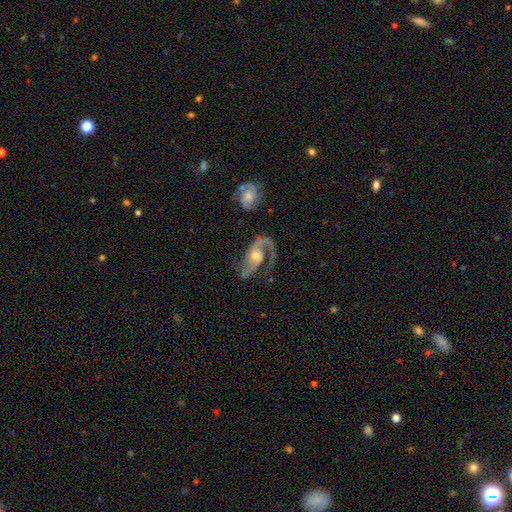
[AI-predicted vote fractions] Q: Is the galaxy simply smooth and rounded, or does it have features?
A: featured or disk — 89%.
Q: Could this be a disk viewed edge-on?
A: no — 97%.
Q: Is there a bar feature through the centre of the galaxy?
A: no — 60%.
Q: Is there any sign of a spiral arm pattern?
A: yes — 97%.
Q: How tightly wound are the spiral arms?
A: medium — 50%.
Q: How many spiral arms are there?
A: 2 — 82%.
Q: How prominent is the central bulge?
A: moderate — 55%.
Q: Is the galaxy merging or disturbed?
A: none — 58%.